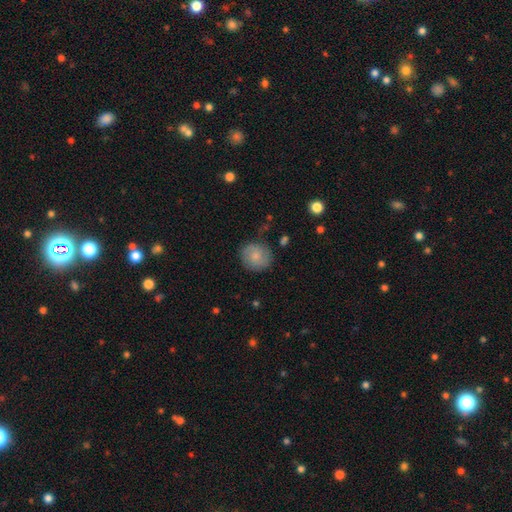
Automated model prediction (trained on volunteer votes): Smooth or featured? Predicted: smooth (p=0.71). How rounded? Predicted: round (p=0.83). Merging? Predicted: none (p=0.76).